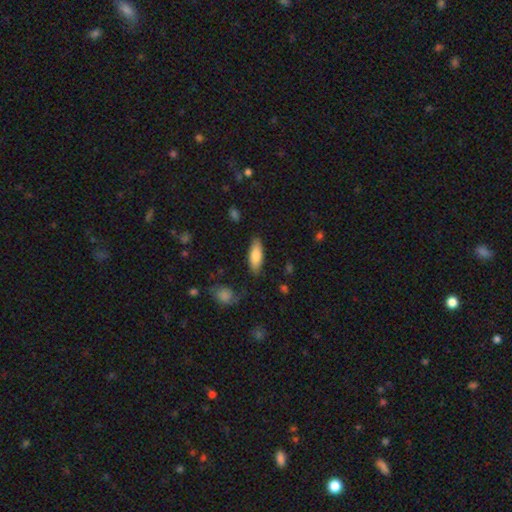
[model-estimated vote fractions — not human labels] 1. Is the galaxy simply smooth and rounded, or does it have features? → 78% smooth, 16% featured or disk, 6% star or artifact.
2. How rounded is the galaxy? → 70% in between, 28% cigar-shaped, 2% round.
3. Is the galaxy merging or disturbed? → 81% none, 14% minor disturbance, 3% major disturbance, 2% merger.